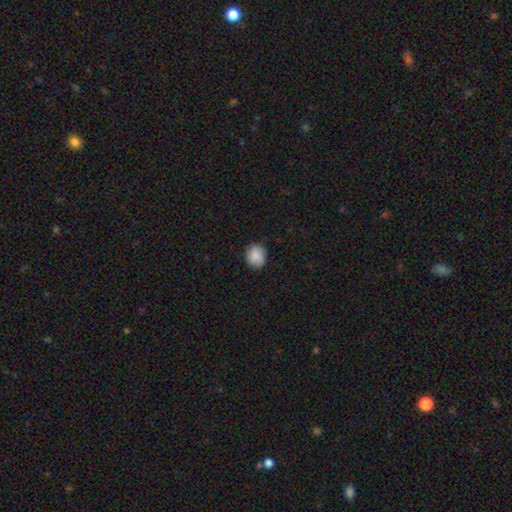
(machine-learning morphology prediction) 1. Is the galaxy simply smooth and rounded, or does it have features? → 87% smooth, 7% star or artifact, 5% featured or disk.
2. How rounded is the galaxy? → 65% round, 34% in between, 1% cigar-shaped.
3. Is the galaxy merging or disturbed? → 86% none, 11% minor disturbance, 2% major disturbance, 1% merger.